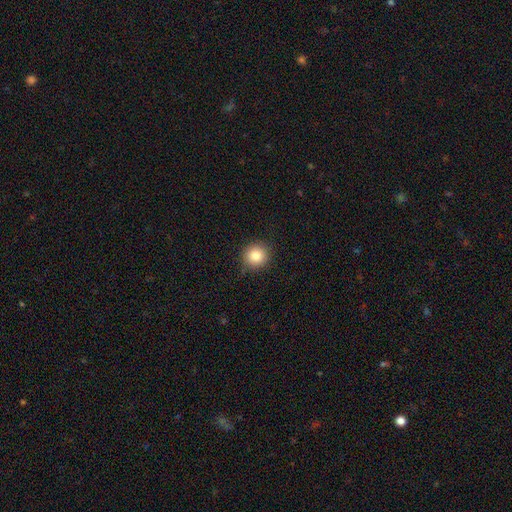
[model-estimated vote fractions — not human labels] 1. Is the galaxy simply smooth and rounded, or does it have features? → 83% smooth, 10% star or artifact, 7% featured or disk.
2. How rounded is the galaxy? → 91% round, 8% in between, 1% cigar-shaped.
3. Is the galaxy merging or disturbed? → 87% none, 10% minor disturbance, 2% major disturbance, 1% merger.